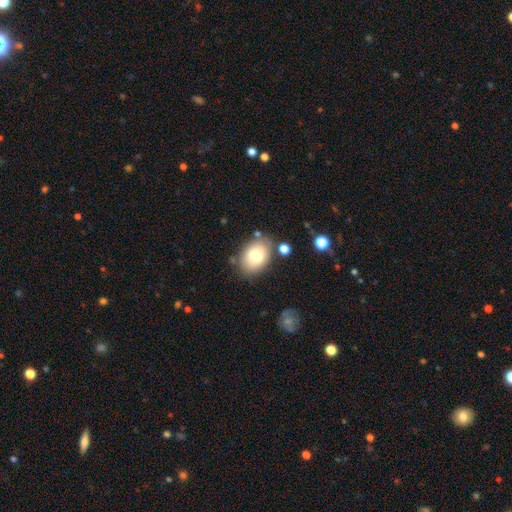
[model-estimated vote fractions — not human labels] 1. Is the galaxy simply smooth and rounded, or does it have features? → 74% smooth, 18% featured or disk, 8% star or artifact.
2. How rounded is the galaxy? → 80% in between, 19% round, 1% cigar-shaped.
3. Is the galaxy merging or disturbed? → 73% none, 16% minor disturbance, 6% merger, 5% major disturbance.